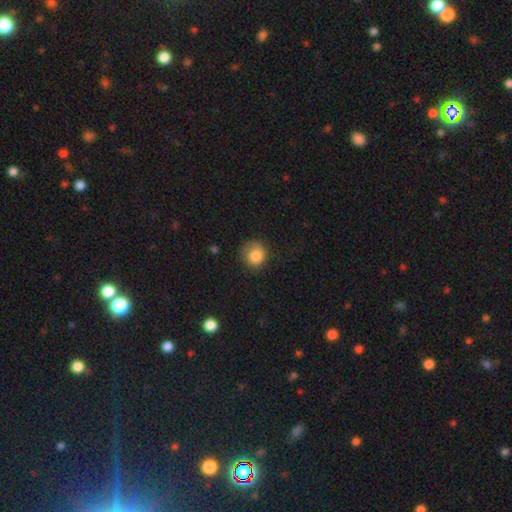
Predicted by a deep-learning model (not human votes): This appears to be a smooth galaxy with no disk features (84%) that is round (84%). Merging: none (66%).